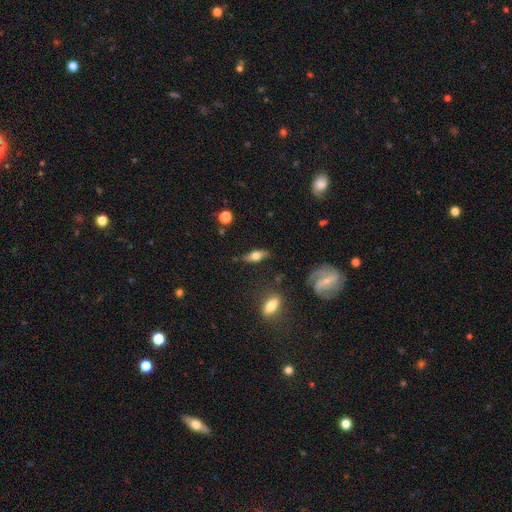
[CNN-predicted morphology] A smooth galaxy with no disk features (48%). Merging: none (76%).